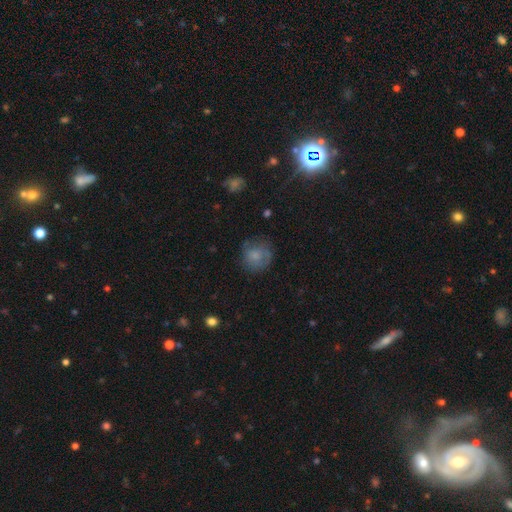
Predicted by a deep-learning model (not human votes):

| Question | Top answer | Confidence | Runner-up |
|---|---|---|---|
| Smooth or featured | smooth | 69% | featured or disk (22%) |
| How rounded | round | 83% | in between (16%) |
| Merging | none | 63% | minor disturbance (23%) |